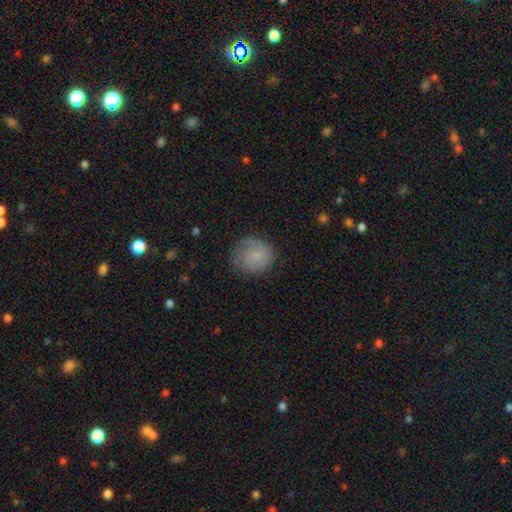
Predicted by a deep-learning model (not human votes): Morphology: type=smooth (62%); roundness=round (78%); merging=none (72%).